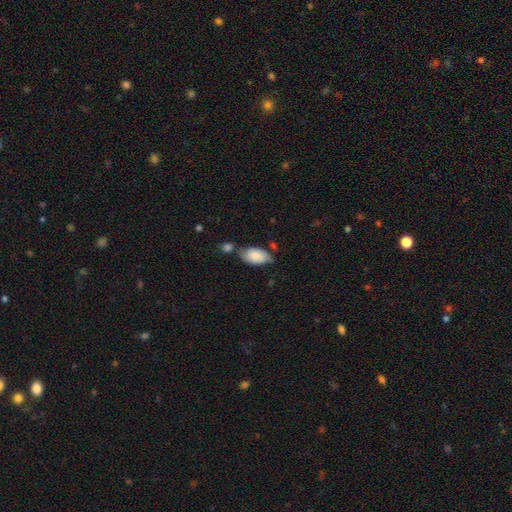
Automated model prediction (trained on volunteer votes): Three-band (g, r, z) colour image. It shows a smooth galaxy with no disk features (71%) that is in between round and cigar-shaped (93%). Merging: none (49%).